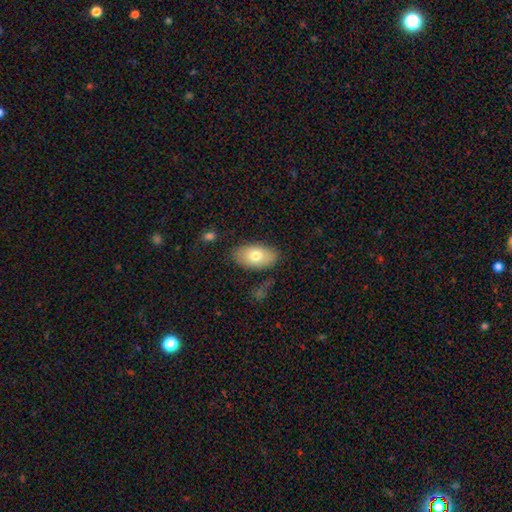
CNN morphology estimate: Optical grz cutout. It shows a smooth galaxy with no disk features (74%) that is in between round and cigar-shaped (93%). Merging: none (81%).